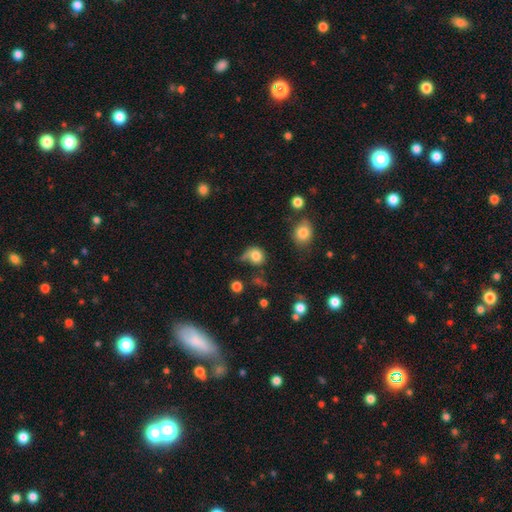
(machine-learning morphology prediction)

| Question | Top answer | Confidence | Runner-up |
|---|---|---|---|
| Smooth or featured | smooth | 79% | star or artifact (11%) |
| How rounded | round | 73% | in between (26%) |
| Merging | none | 44% | minor disturbance (28%) |